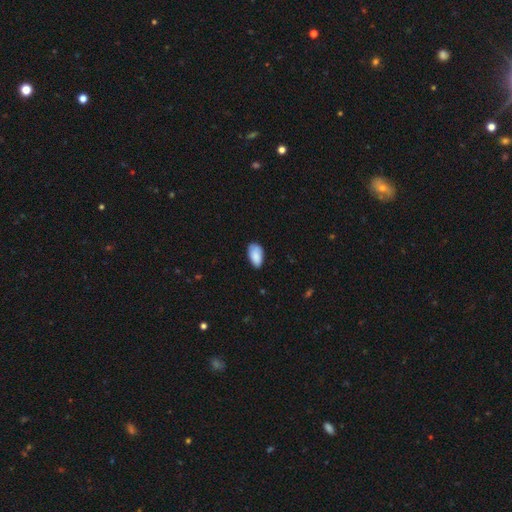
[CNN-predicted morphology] smooth_or_featured: smooth (p=0.88) [alt: star or artifact p=0.07]
how_rounded: in between (p=0.95) [alt: round p=0.03]
merging: none (p=0.72) [alt: minor disturbance p=0.24]